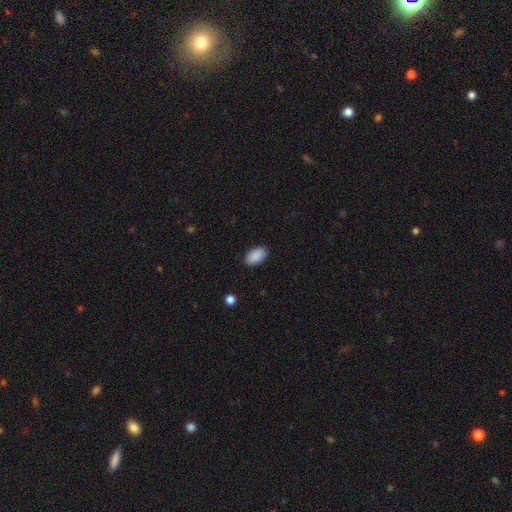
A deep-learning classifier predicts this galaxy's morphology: smooth-or-featured: smooth: 91% | star or artifact: 7% | featured or disk: 3%
  how-rounded: in between: 95% | round: 4% | cigar-shaped: 2%
  merging: none: 88% | minor disturbance: 8% | major disturbance: 2% | merger: 1%